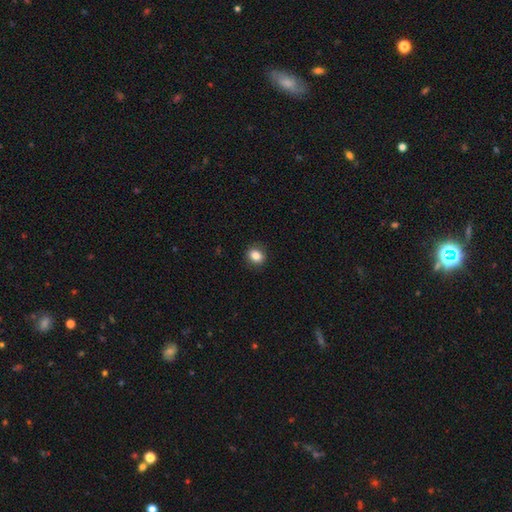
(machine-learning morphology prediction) A smooth galaxy with no disk features (85%) that is round (66%). Merging: none (89%).